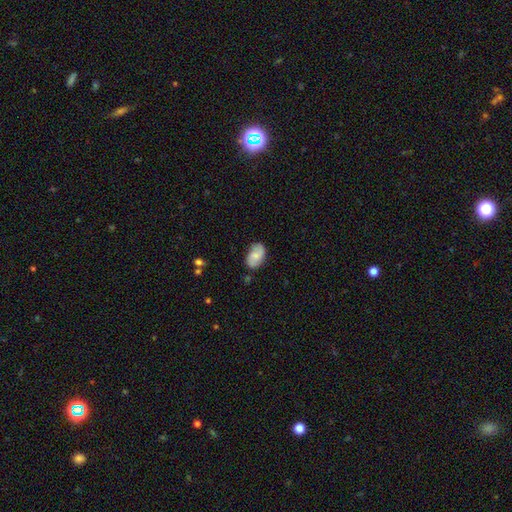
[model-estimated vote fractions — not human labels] Smooth or featured: smooth — 56% (featured or disk — 37%)
How rounded: in between — 92% (round — 7%)
Merging: none — 75% (minor disturbance — 19%)